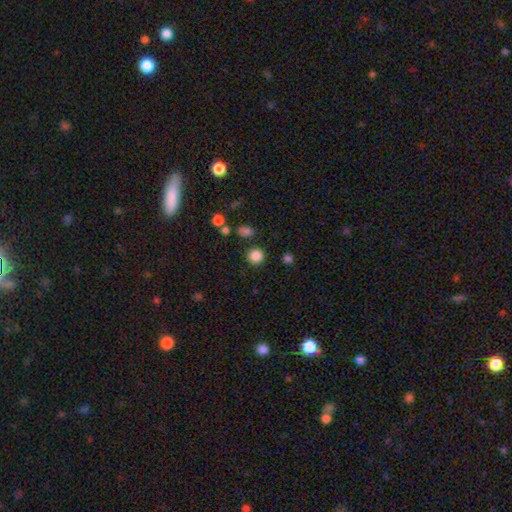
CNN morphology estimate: This is clearly a smooth galaxy (85%). How rounded: clearly round (93%). Merging: clearly none (88%).